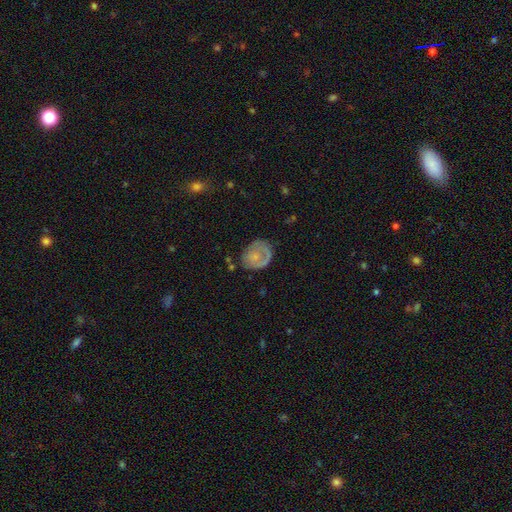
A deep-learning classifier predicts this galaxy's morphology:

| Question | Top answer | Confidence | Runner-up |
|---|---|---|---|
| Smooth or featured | smooth | 49% | featured or disk (42%) |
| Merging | none | 55% | minor disturbance (25%) |